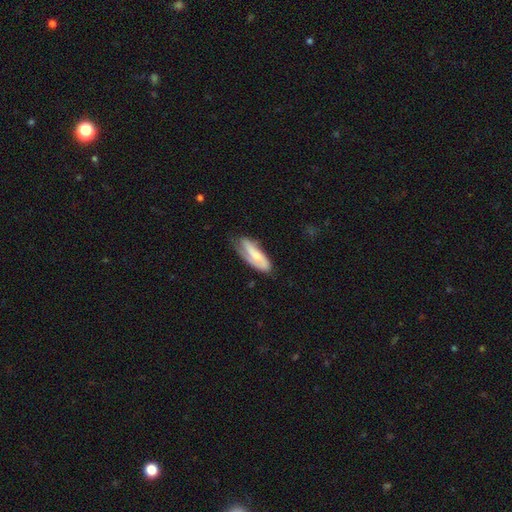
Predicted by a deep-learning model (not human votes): A featured or disk galaxy (49%). Merging: none (54%).